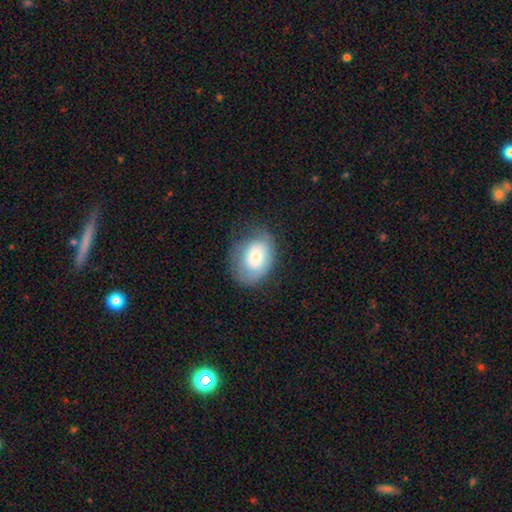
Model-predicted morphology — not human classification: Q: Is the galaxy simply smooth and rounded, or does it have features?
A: smooth — 71%.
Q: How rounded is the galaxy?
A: in between — 70%.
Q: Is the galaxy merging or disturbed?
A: none — 62%.